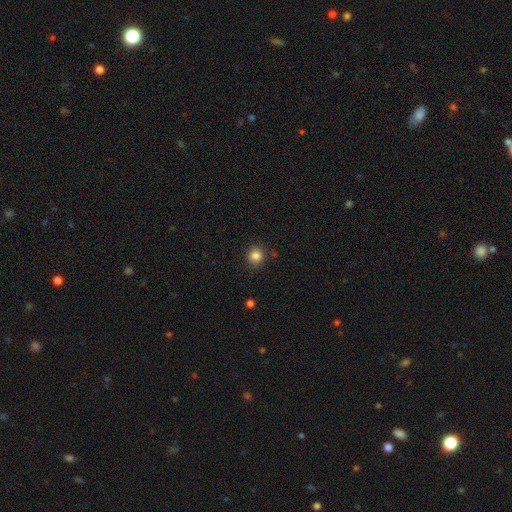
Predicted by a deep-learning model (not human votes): Overall: smooth (84%). How rounded: round (87%). Merging: none (87%).